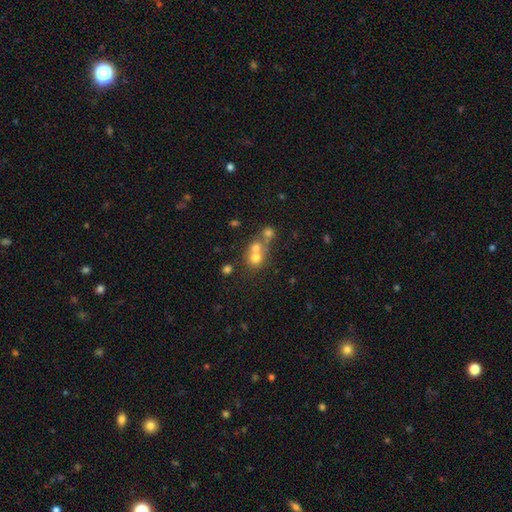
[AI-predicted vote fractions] Smooth or featured?
  - smooth: 59% *
  - featured or disk: 21%
  - star or artifact: 19%
How rounded?
  - round: 82% *
  - in between: 17%
  - cigar-shaped: 1%
Merging?
  - merger: 55% *
  - none: 36%
  - minor disturbance: 6%
  - major disturbance: 4%